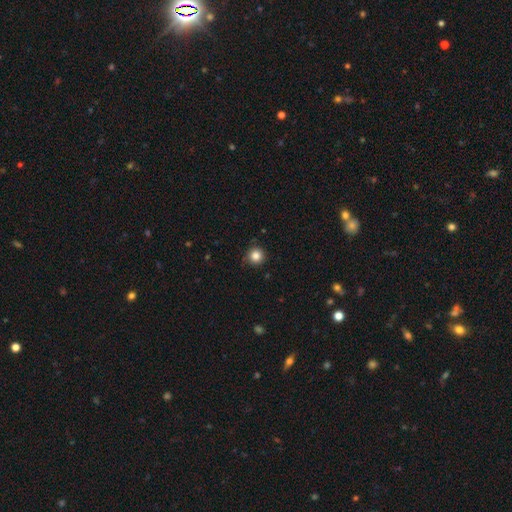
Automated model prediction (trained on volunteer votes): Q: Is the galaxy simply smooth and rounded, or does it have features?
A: smooth — 84%.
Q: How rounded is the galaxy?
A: round — 95%.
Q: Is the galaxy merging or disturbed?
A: none — 88%.